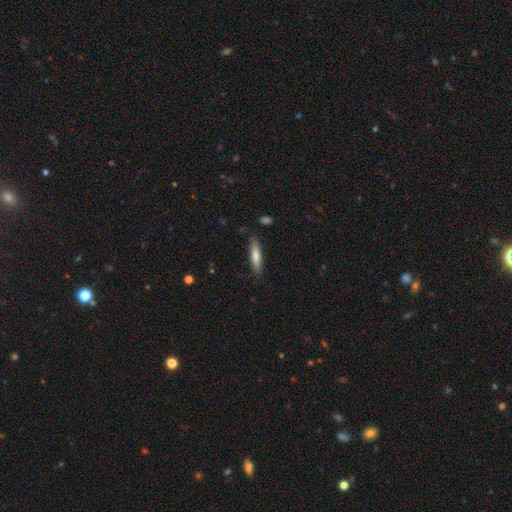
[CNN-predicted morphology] smooth_or_featured: smooth (p=0.71) [alt: featured or disk p=0.23]
how_rounded: cigar-shaped (p=0.78) [alt: in between p=0.21]
merging: none (p=0.85) [alt: minor disturbance p=0.12]